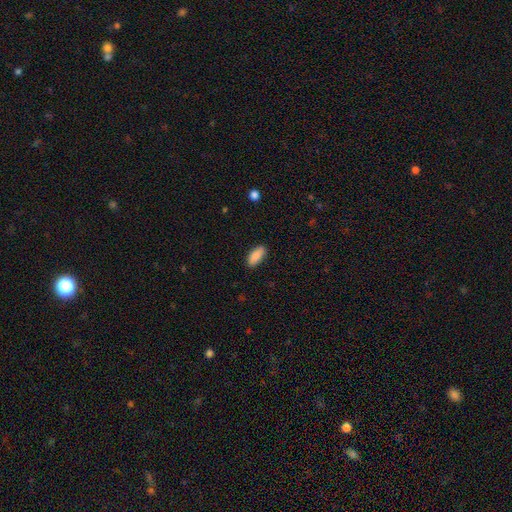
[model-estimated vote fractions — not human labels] Q: Smooth or featured?
A: smooth (87%); runner-up: featured or disk (7%)
Q: How rounded?
A: in between (82%); runner-up: cigar-shaped (16%)
Q: Merging?
A: none (87%); runner-up: minor disturbance (10%)